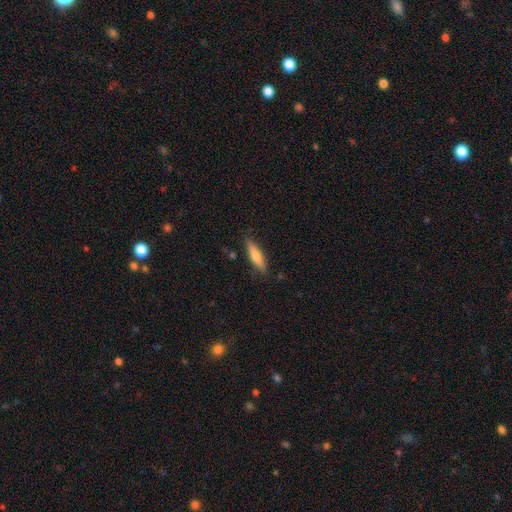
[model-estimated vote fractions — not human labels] The model was most divided on "smooth or featured": smooth: 65%, featured or disk: 29%, star or artifact: 6%. More confident: merging — none (84%); how rounded — cigar-shaped (77%).